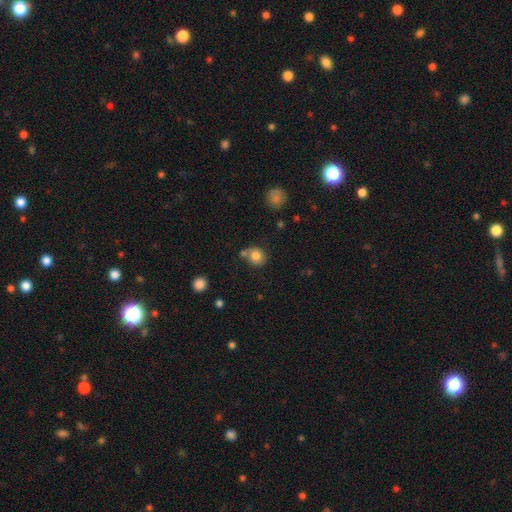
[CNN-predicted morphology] smooth 81%, star or artifact 10%, featured or disk 9%. Down the decision tree: how rounded — round (82%); merging — none (61%).